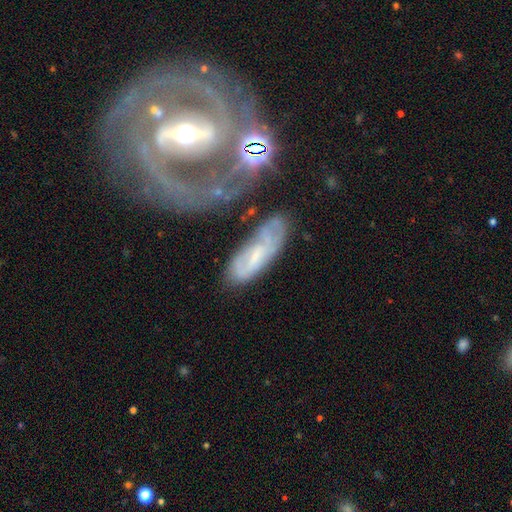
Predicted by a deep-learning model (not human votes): The model was most divided on "smooth or featured": featured or disk: 60%, smooth: 31%, star or artifact: 9%. More confident: edge-on disk — no (83%); merging — none (56%).